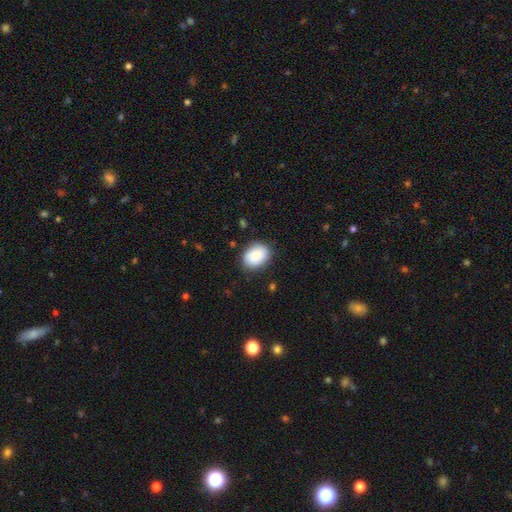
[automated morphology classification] Smooth or featured?
  - smooth: 85% *
  - featured or disk: 8%
  - star or artifact: 7%
How rounded?
  - in between: 64% *
  - round: 35%
  - cigar-shaped: 1%
Merging?
  - none: 82% *
  - minor disturbance: 13%
  - major disturbance: 3%
  - merger: 1%